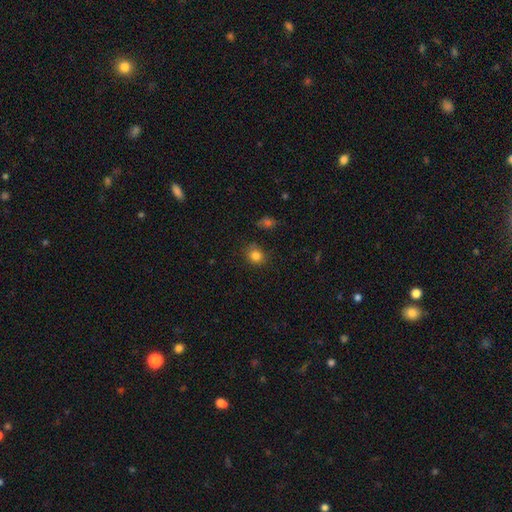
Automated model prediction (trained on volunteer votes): This appears to be a smooth galaxy with no disk features (82%) that is round (71%). Merging: none (79%).